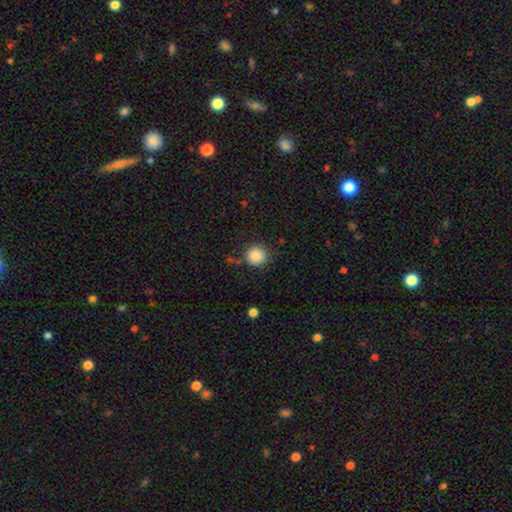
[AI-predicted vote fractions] This appears to be a smooth galaxy with no disk features (87%) that is round (94%). Merging: none (84%).